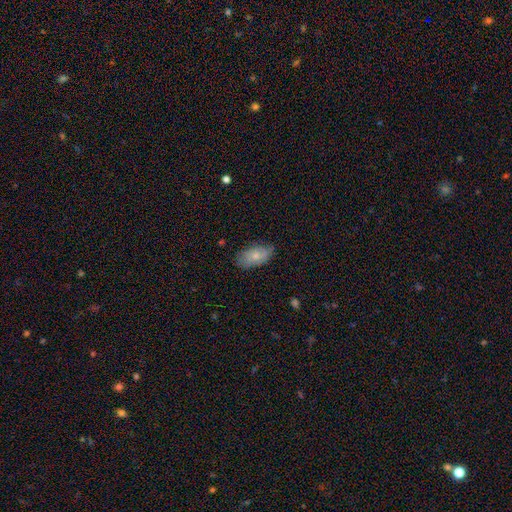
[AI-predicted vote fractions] Q: Smooth or featured?
A: smooth (66%); runner-up: featured or disk (27%)
Q: How rounded?
A: in between (93%); runner-up: round (4%)
Q: Merging?
A: none (73%); runner-up: minor disturbance (21%)